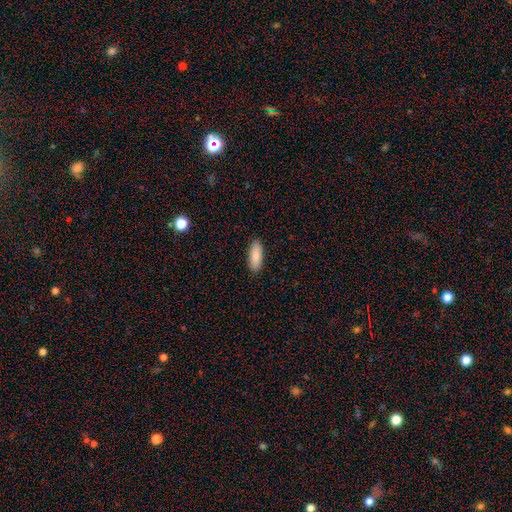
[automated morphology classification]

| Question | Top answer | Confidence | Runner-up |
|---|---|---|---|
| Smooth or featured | smooth | 88% | star or artifact (6%) |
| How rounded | in between | 75% | cigar-shaped (23%) |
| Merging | none | 90% | minor disturbance (8%) |